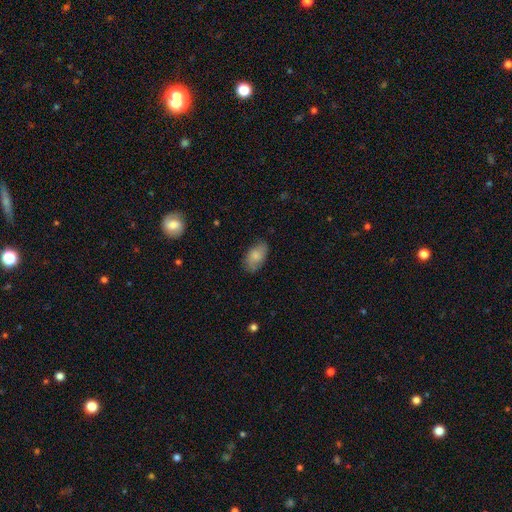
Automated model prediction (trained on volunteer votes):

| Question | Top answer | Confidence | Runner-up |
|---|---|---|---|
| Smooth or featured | smooth | 76% | featured or disk (18%) |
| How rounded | in between | 92% | round (6%) |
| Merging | none | 75% | minor disturbance (20%) |